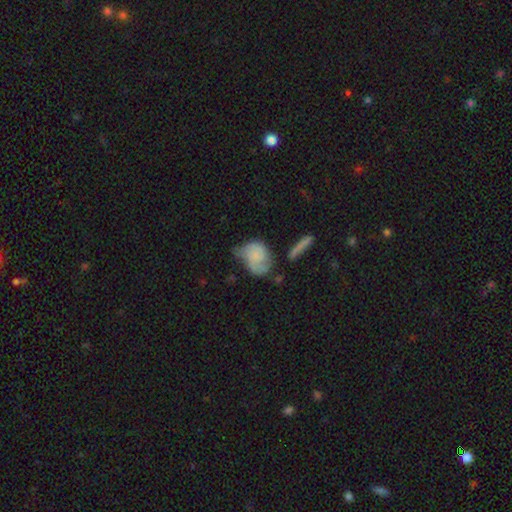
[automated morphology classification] A featured or disk galaxy (51%). Merging: none (35%).